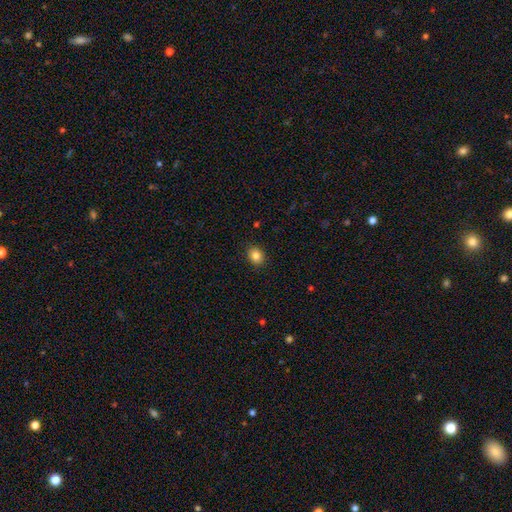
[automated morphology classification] Smooth or featured?
  - smooth: 84% *
  - star or artifact: 10%
  - featured or disk: 6%
How rounded?
  - round: 57% *
  - in between: 42%
  - cigar-shaped: 1%
Merging?
  - none: 90% *
  - minor disturbance: 7%
  - major disturbance: 2%
  - merger: 1%